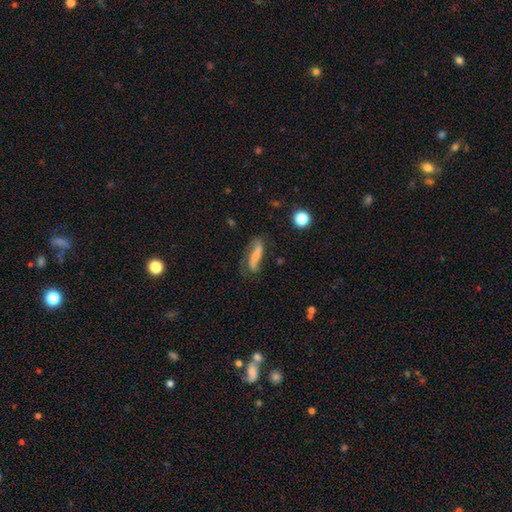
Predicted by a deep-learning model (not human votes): Smooth or featured: featured or disk — 53% (smooth — 39%)
Edge-on disk: no — 74% (yes — 26%)
Merging: none — 54% (minor disturbance — 26%)